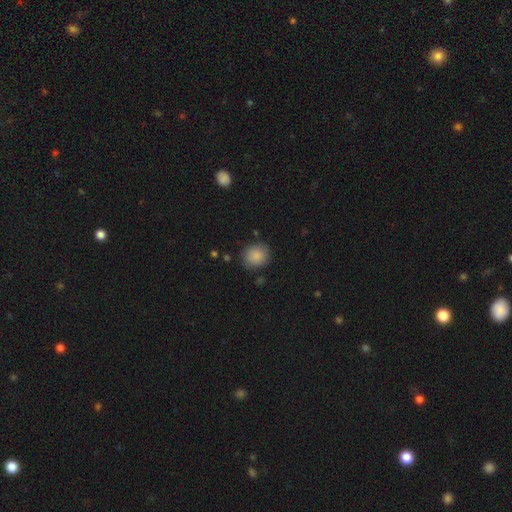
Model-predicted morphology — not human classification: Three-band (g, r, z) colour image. It shows a smooth galaxy with no disk features (87%) that is round (78%). Merging: none (81%).